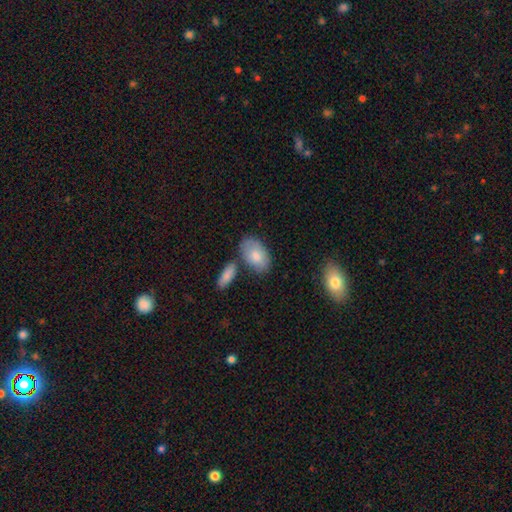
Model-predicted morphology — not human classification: A smooth galaxy with no disk features (76%) that is in between round and cigar-shaped (91%).

Vote fractions:
- Smooth or featured? smooth: 76% / featured or disk: 19% / star or artifact: 6%
- How rounded? in between: 91% / round: 7% / cigar-shaped: 2%
- Merging? none: 61% / minor disturbance: 18% / merger: 16% / major disturbance: 5%